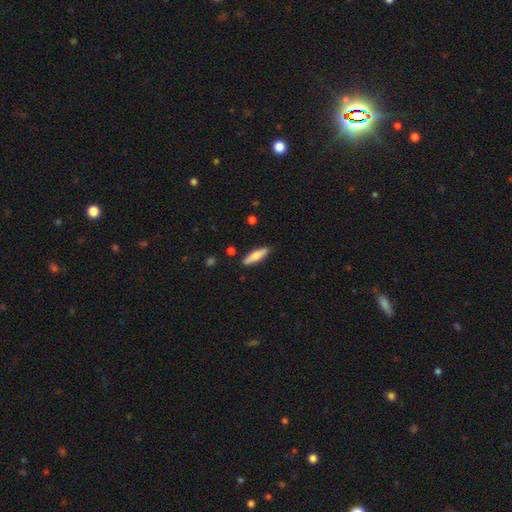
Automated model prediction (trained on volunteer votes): Smooth or featured? smooth (68%)
How rounded? cigar-shaped (69%)
Merging? none (86%)